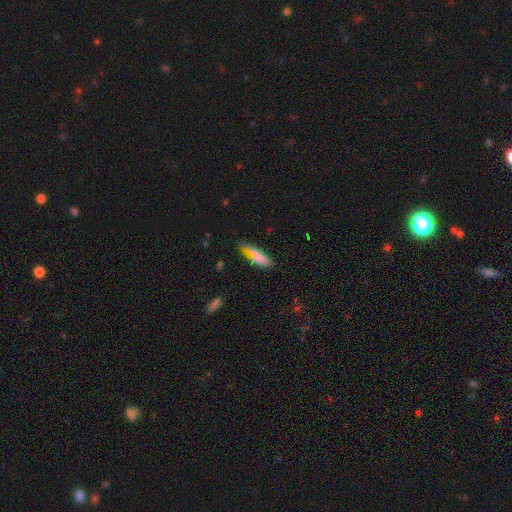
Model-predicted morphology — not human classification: This appears to be a smooth galaxy with no disk features (76%) that is cigar-shaped (61%). Merging: none (71%).